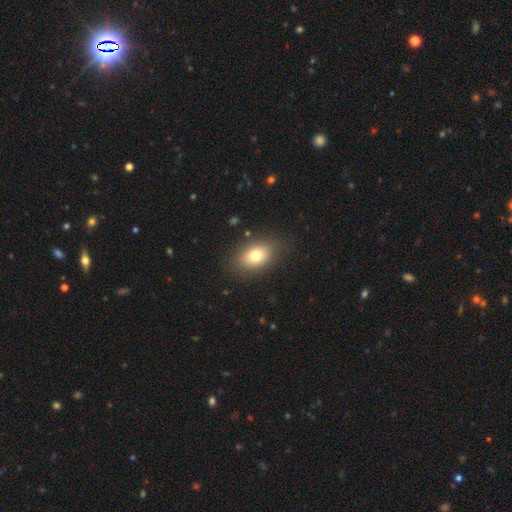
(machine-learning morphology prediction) Overall: smooth (76%). How rounded: in between (80%). Merging: none (84%).